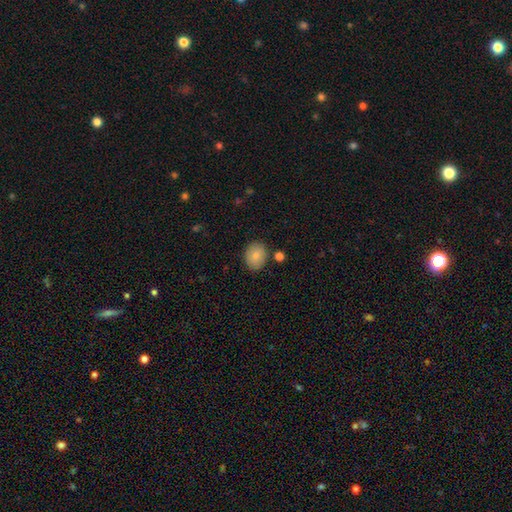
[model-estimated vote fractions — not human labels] smooth 82%, featured or disk 10%, star or artifact 8%. Down the decision tree: how rounded — in between (50%); merging — none (81%).